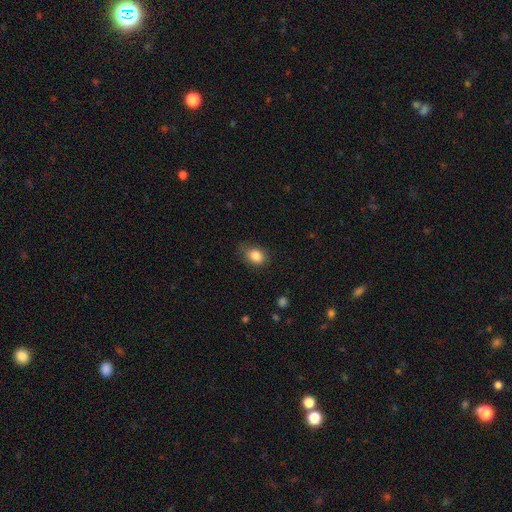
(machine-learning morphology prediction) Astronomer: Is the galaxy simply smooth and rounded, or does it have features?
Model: smooth — 85%.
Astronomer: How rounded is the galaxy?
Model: in between — 55% (runner-up: round, 44%).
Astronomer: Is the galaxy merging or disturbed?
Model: none — 70%.